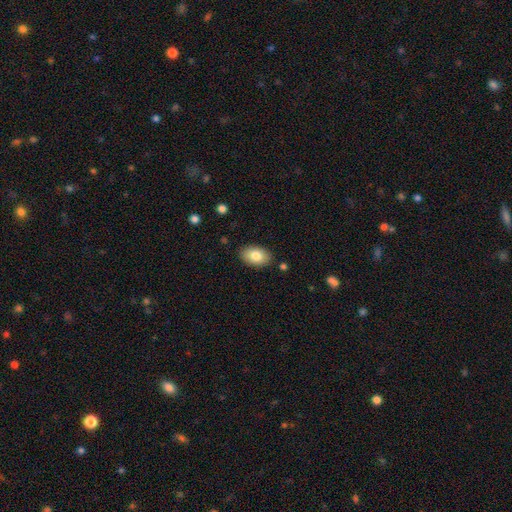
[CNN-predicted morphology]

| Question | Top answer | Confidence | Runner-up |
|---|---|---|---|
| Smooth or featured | smooth | 81% | featured or disk (11%) |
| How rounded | in between | 89% | round (9%) |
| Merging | none | 86% | minor disturbance (10%) |